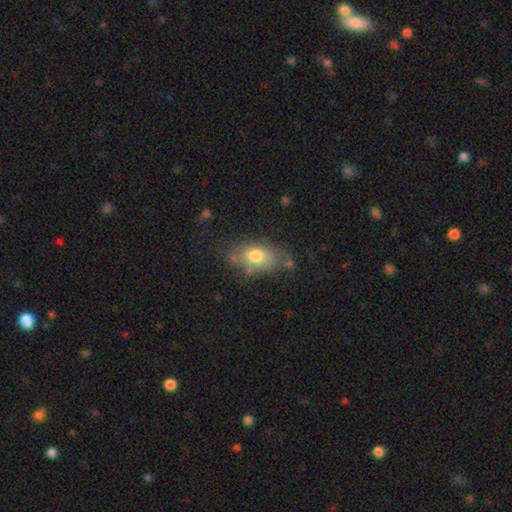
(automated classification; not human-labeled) Smooth or featured? Predicted: smooth (p=0.72). How rounded? Predicted: in between (p=0.86). Merging? Predicted: none (p=0.58).